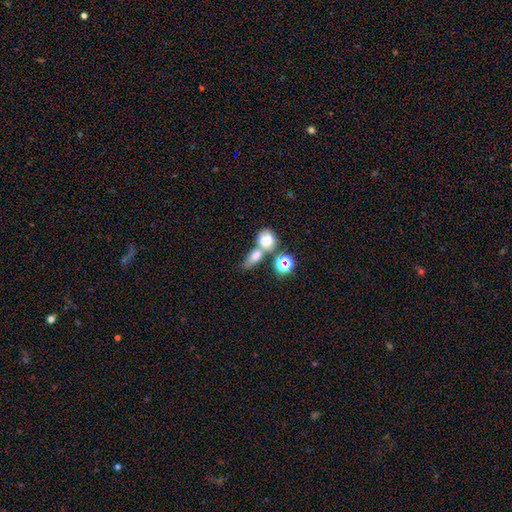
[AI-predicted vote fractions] This is likely a smooth galaxy (72%). How rounded: likely in between (60%). Merging: possibly merger (51%).